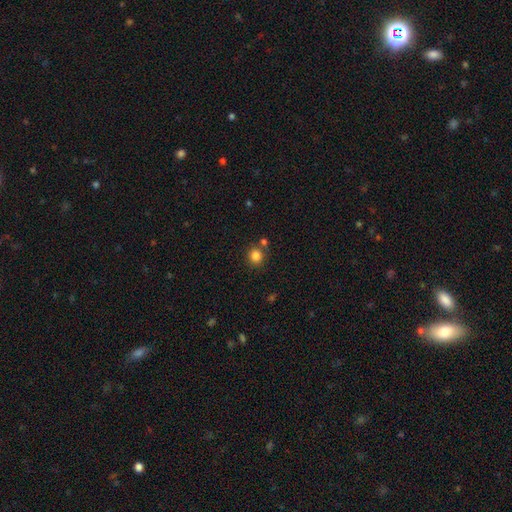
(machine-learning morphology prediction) Smooth or featured?
  - smooth: 84% *
  - star or artifact: 12%
  - featured or disk: 5%
How rounded?
  - round: 88% *
  - in between: 11%
  - cigar-shaped: 1%
Merging?
  - none: 76% *
  - merger: 12%
  - minor disturbance: 9%
  - major disturbance: 3%